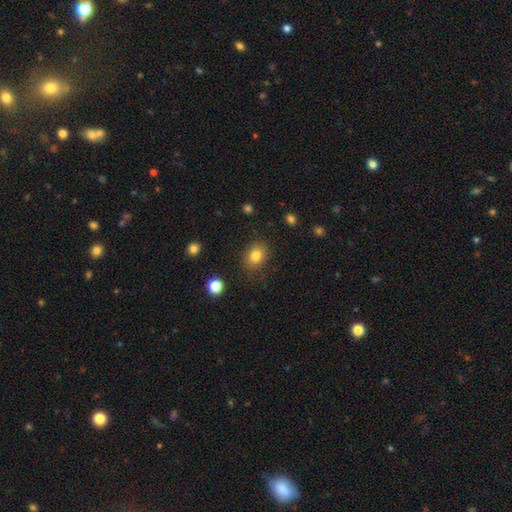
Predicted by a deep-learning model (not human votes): A smooth galaxy with no disk features (81%) that is in between round and cigar-shaped (51%).

Vote fractions:
- Smooth or featured? smooth: 81% / star or artifact: 11% / featured or disk: 8%
- How rounded? in between: 51% / round: 48% / cigar-shaped: 1%
- Merging? none: 83% / minor disturbance: 12% / major disturbance: 4% / merger: 2%